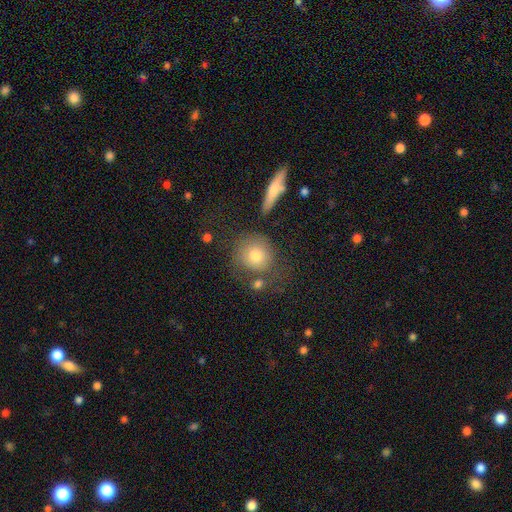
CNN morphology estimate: Smooth or featured: smooth — 75% (featured or disk — 15%)
How rounded: round — 85% (in between — 13%)
Merging: none — 66% (minor disturbance — 15%)